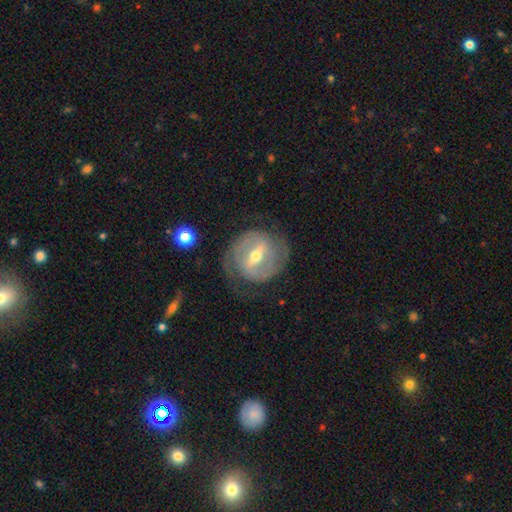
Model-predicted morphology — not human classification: Smooth or featured?
  - featured or disk: 85% *
  - smooth: 10%
  - star or artifact: 5%
Edge-on disk?
  - no: 96% *
  - yes: 4%
Bar?
  - strong: 55% *
  - weak: 35%
  - no: 10%
Spiral arms?
  - yes: 88% *
  - no: 12%
Spiral winding?
  - tight: 46% *
  - medium: 41%
  - loose: 13%
Spiral arm count?
  - 2: 82% *
  - can't tell: 10%
  - 3: 3%
  - 1: 3%
  - 4: 1%
  - more than 4: 1%
Bulge size?
  - moderate: 61% *
  - small: 35%
  - large: 2%
  - none: 1%
  - dominant: 1%
Merging?
  - none: 74% *
  - minor disturbance: 15%
  - major disturbance: 9%
  - merger: 1%